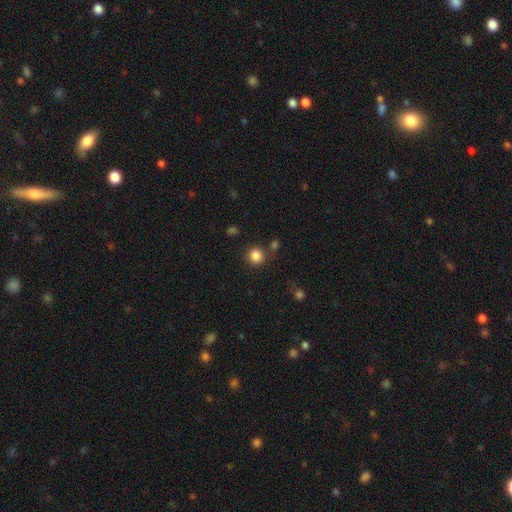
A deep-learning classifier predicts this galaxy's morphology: The model was most divided on "smooth or featured": smooth: 85%, star or artifact: 11%, featured or disk: 4%. More confident: how rounded — round (92%); merging — none (82%).